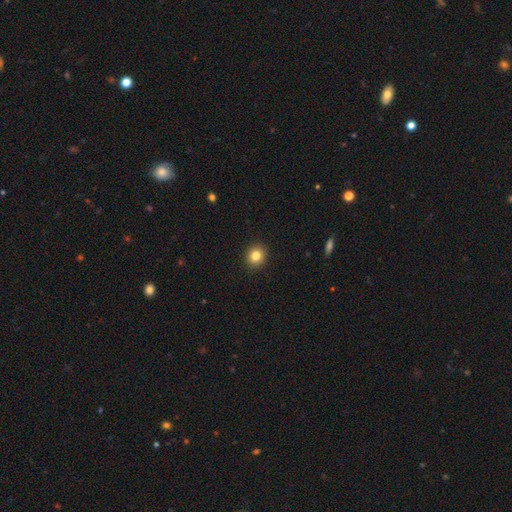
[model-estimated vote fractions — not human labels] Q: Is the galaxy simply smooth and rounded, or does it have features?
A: smooth — 83%.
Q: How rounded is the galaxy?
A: round — 85%.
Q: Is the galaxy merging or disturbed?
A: none — 93%.